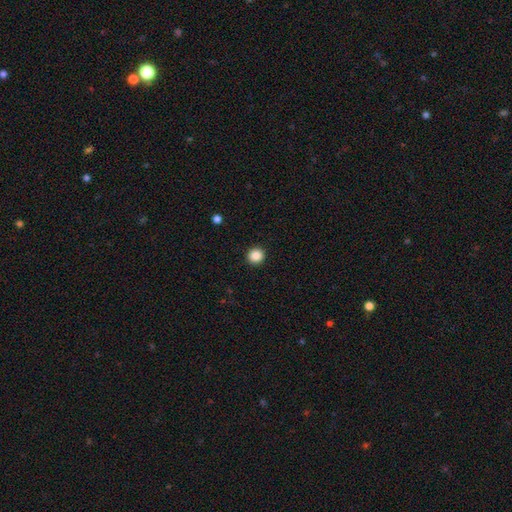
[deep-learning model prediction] Smooth or featured? Predicted: smooth (p=0.87). How rounded? Predicted: round (p=0.94). Merging? Predicted: none (p=0.93).